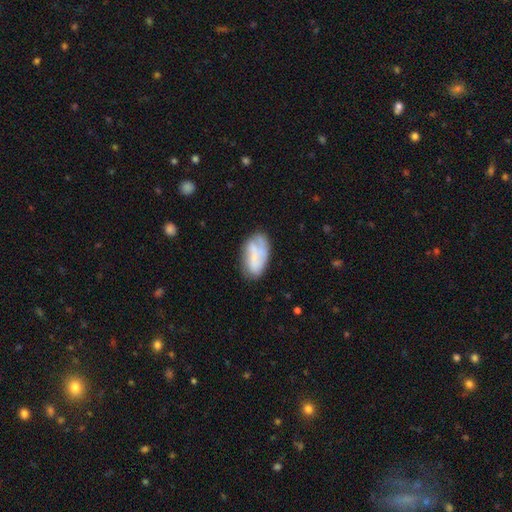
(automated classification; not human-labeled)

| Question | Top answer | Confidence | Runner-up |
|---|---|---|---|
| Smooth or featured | smooth | 53% | featured or disk (39%) |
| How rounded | in between | 93% | round (4%) |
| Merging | none | 55% | minor disturbance (28%) |